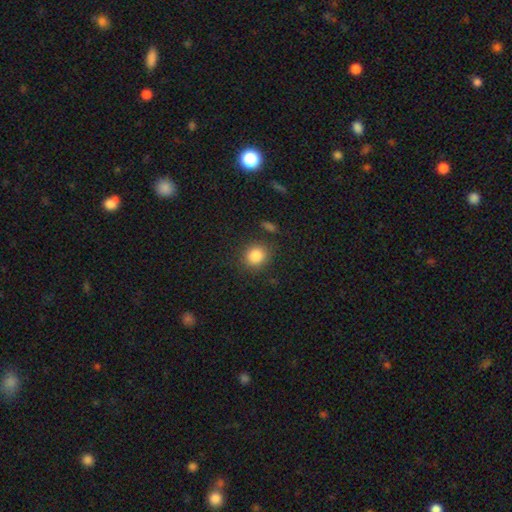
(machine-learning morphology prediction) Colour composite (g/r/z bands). It shows a smooth galaxy with no disk features (85%) that is round (82%). Merging: none (83%).